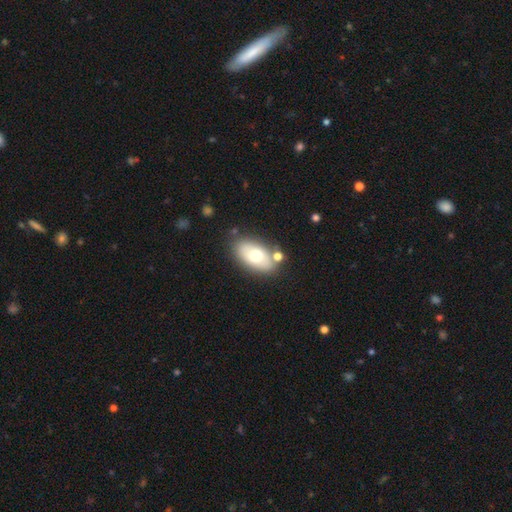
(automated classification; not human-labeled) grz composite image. It shows a smooth galaxy with no disk features (65%) that is in between round and cigar-shaped (91%). Merging: none (72%).